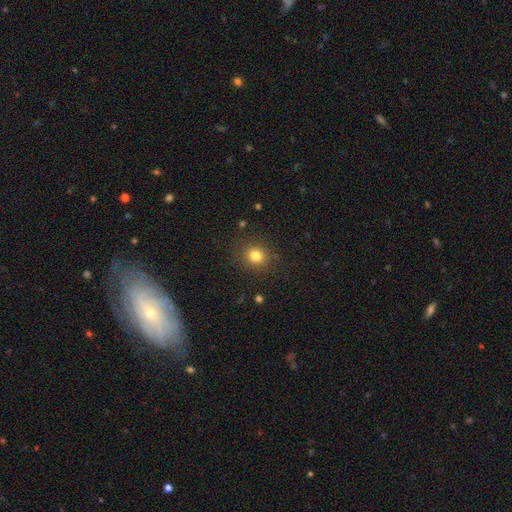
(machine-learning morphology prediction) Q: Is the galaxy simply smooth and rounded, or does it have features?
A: smooth — 80%.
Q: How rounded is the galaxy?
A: round — 83%.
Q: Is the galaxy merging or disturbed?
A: none — 88%.